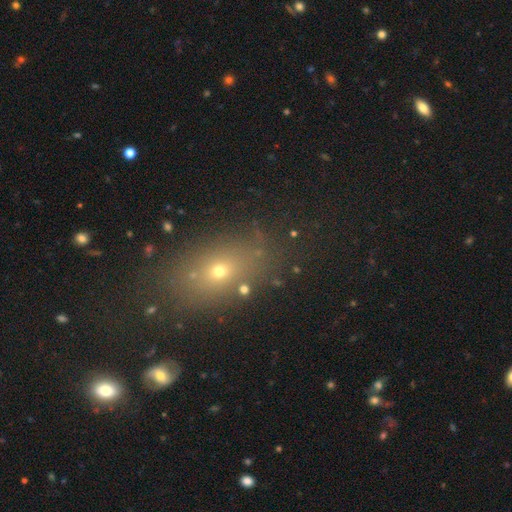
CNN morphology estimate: Smooth or featured: smooth — 56% (star or artifact — 28%)
How rounded: in between — 68% (round — 26%)
Merging: none — 78% (minor disturbance — 12%)